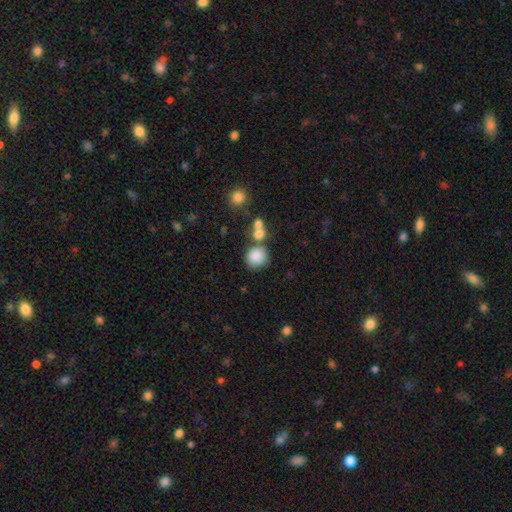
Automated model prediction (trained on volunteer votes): Smooth or featured?
  - smooth: 83% *
  - star or artifact: 10%
  - featured or disk: 7%
How rounded?
  - round: 87% *
  - in between: 12%
  - cigar-shaped: 1%
Merging?
  - none: 64% *
  - merger: 20%
  - minor disturbance: 12%
  - major disturbance: 4%